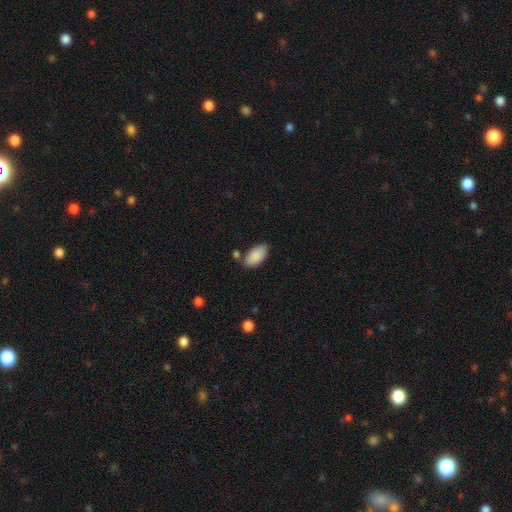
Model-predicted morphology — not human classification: Overall: smooth (88%). How rounded: in between (95%). Merging: none (73%).